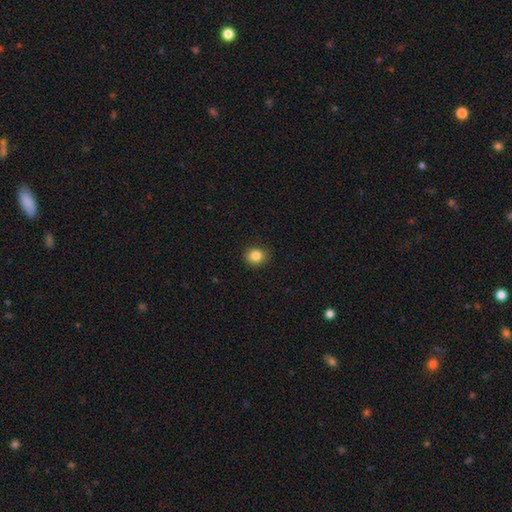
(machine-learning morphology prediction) A smooth galaxy with no disk features (84%) that is round (76%). Merging: none (89%).